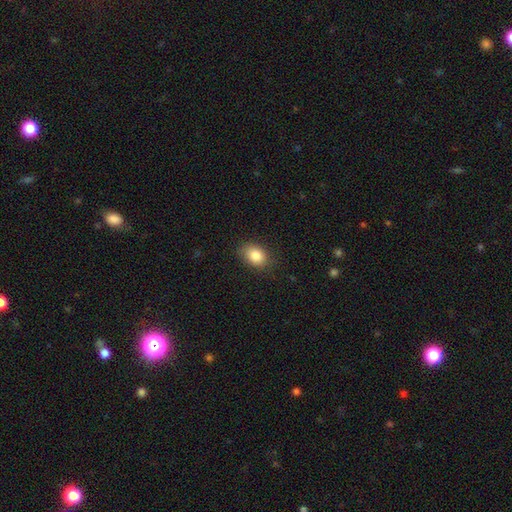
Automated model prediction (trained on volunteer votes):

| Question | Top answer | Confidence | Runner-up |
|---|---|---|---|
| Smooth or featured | smooth | 84% | star or artifact (9%) |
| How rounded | in between | 71% | round (28%) |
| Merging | none | 81% | minor disturbance (15%) |